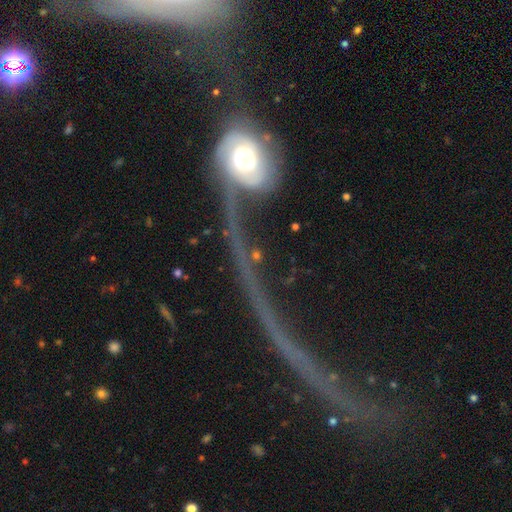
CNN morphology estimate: Q: Smooth or featured?
A: star or artifact (42%); runner-up: featured or disk (39%)